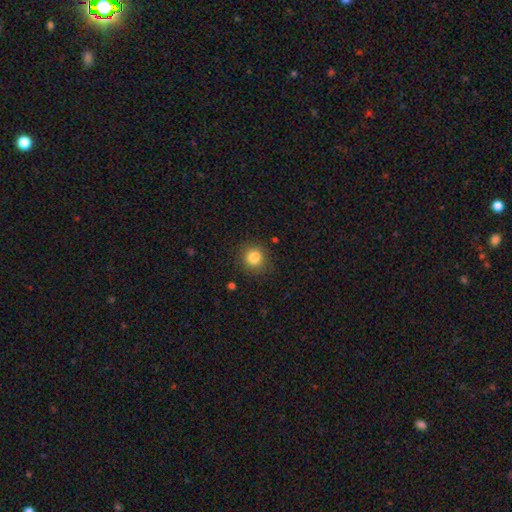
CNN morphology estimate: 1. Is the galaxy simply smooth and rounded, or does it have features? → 83% smooth, 11% star or artifact, 5% featured or disk.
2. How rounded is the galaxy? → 81% round, 18% in between, 1% cigar-shaped.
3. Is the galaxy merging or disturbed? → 84% none, 11% minor disturbance, 3% major disturbance, 2% merger.